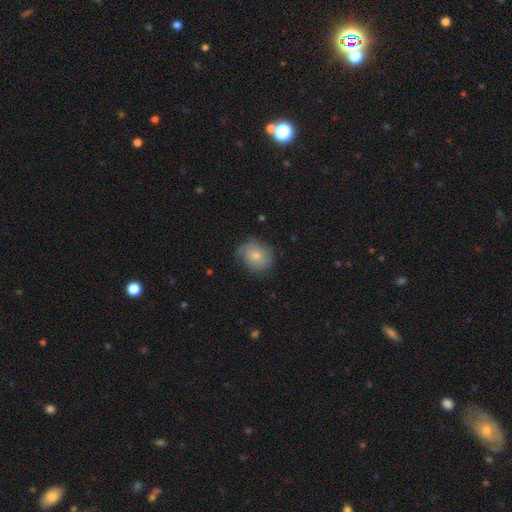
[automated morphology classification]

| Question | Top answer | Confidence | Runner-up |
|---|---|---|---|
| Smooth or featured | smooth | 62% | featured or disk (30%) |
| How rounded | round | 71% | in between (28%) |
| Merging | none | 62% | minor disturbance (27%) |